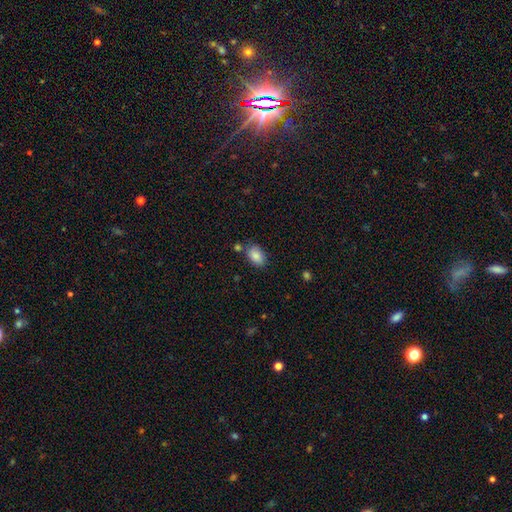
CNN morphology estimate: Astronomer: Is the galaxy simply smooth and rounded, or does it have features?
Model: smooth — 87%.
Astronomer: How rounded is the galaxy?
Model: in between — 89%.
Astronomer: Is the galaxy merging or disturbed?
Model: none — 75%.